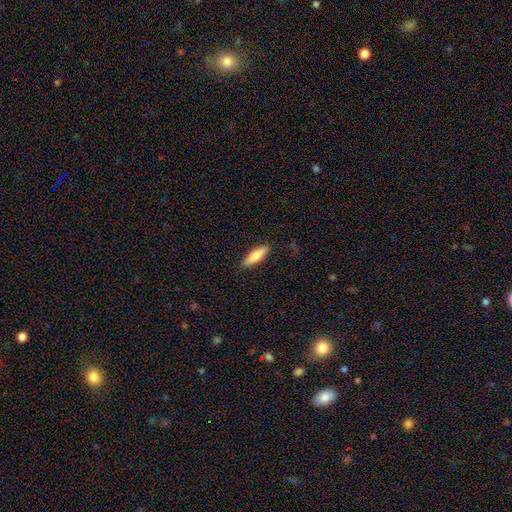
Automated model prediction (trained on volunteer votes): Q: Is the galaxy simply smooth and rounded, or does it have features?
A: smooth — 77%.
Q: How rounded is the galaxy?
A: cigar-shaped — 58%.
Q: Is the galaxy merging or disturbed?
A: none — 87%.